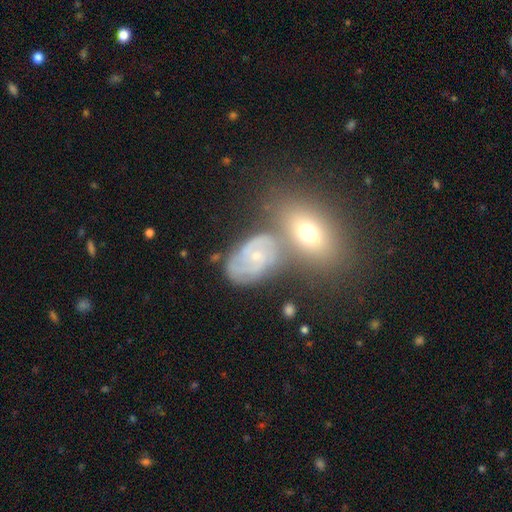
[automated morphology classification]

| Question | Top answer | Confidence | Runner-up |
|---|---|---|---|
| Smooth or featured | featured or disk | 76% | smooth (16%) |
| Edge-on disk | no | 96% | yes (4%) |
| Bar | no | 72% | weak (24%) |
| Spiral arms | yes | 91% | no (9%) |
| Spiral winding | tight | 57% | medium (34%) |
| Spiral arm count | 2 | 36% | can't tell (27%) |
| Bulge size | small | 73% | moderate (23%) |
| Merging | none | 55% | minor disturbance (20%) |